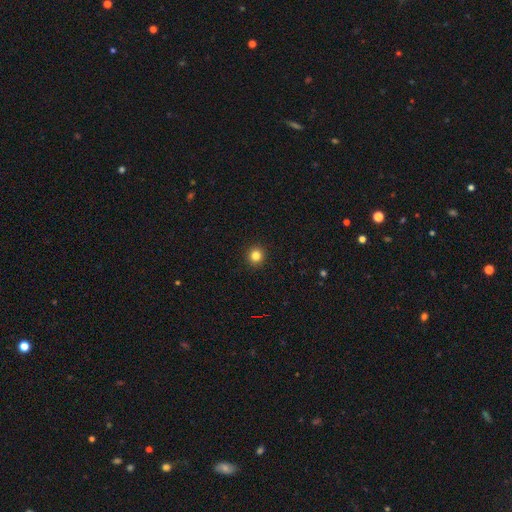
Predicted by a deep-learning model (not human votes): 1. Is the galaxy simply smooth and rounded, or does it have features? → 83% smooth, 12% star or artifact, 5% featured or disk.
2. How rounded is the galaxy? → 93% round, 7% in between, 1% cigar-shaped.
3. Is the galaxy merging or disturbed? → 93% none, 4% minor disturbance, 2% major disturbance, 1% merger.